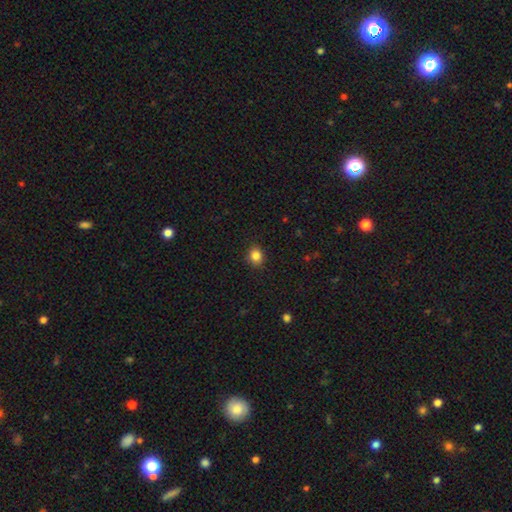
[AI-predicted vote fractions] Q: Smooth or featured?
A: smooth (85%); runner-up: star or artifact (11%)
Q: How rounded?
A: round (63%); runner-up: in between (36%)
Q: Merging?
A: none (90%); runner-up: minor disturbance (7%)